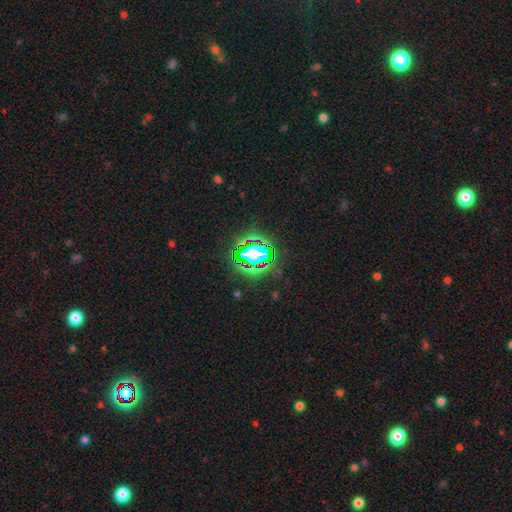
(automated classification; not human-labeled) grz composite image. It shows a star or artifact, not a galaxy (77%).